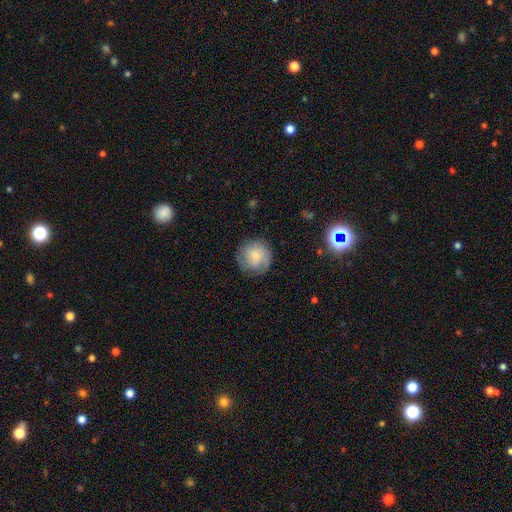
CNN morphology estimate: This appears to be a smooth galaxy with no disk features (69%) that is round (92%). Merging: none (74%).